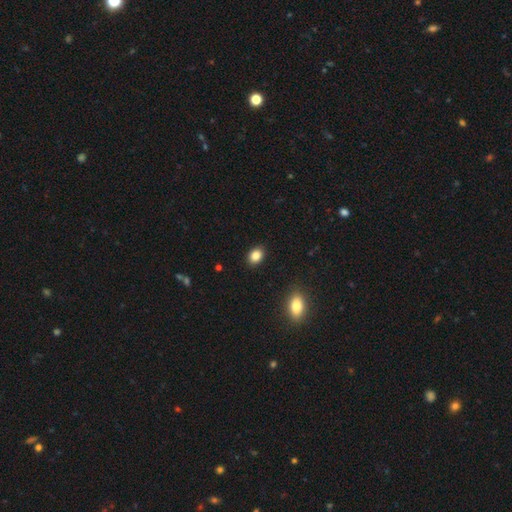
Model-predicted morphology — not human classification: A smooth galaxy with no disk features (86%) that is in between round and cigar-shaped (67%). Merging: none (90%).